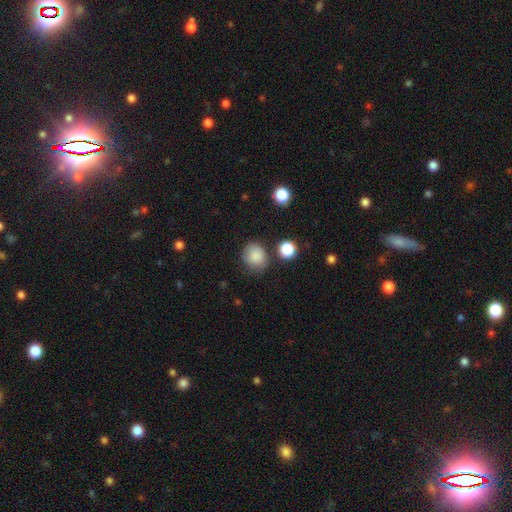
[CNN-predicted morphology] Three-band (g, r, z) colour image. It shows a smooth galaxy with no disk features (83%) that is round (76%). Merging: none (70%).